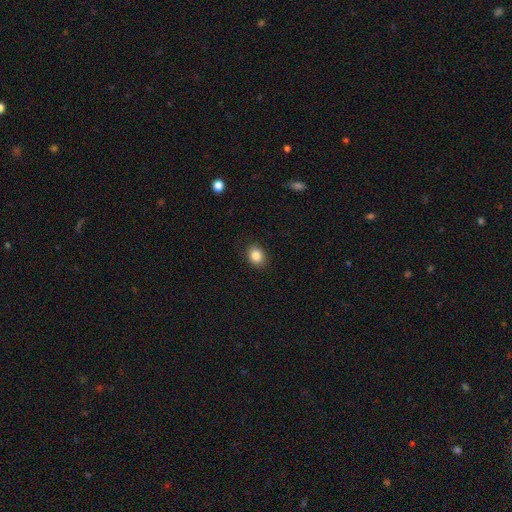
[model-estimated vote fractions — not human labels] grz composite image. It shows a smooth galaxy with no disk features (86%) that is in between round and cigar-shaped (50%). Merging: none (89%).